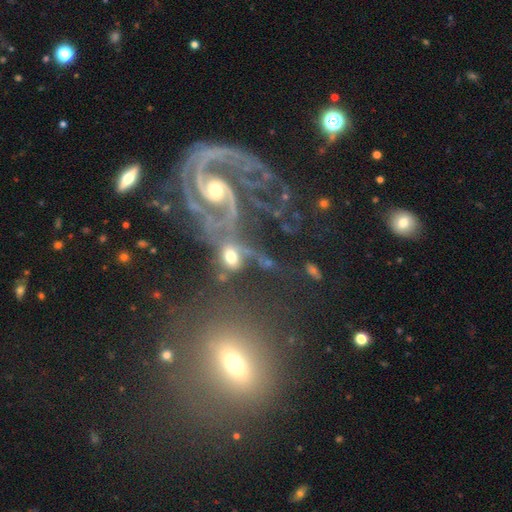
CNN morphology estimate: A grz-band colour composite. It shows a featured or disk galaxy (77%) with no bar (51%), 2 (64%) medium (49%) spiral arms (89%) and a moderate central bulge (49%). Merging: none (41%).